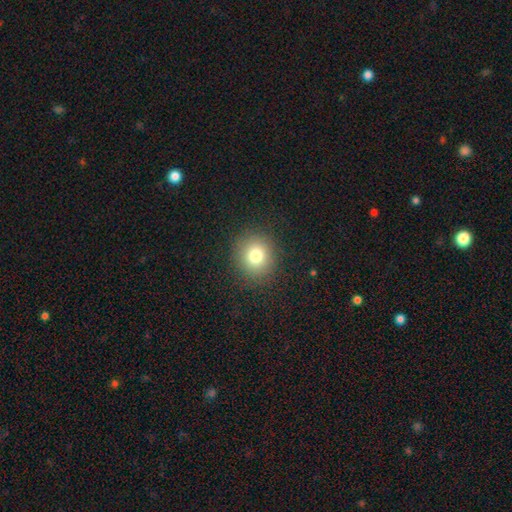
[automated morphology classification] Smooth or featured? smooth (78%)
How rounded? round (89%)
Merging? none (90%)